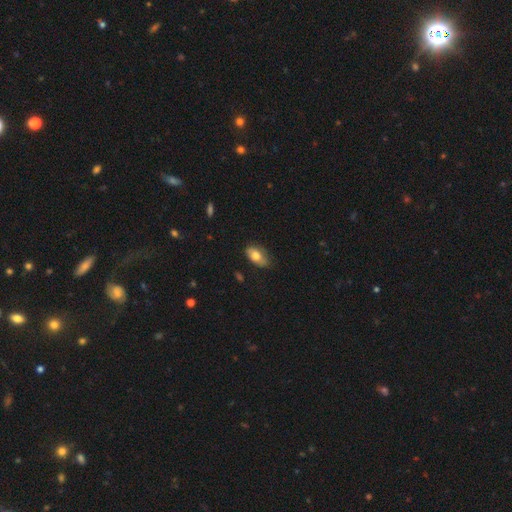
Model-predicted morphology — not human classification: This appears to be a smooth galaxy with no disk features (74%) that is in between round and cigar-shaped (92%). Merging: none (74%).